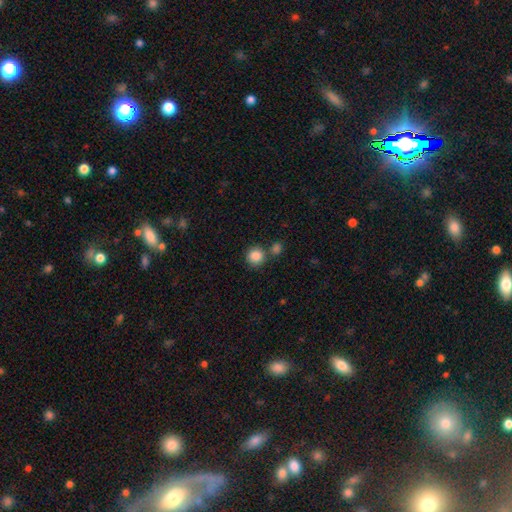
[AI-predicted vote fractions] This is clearly a smooth galaxy (87%). How rounded: clearly round (91%). Merging: likely none (71%).